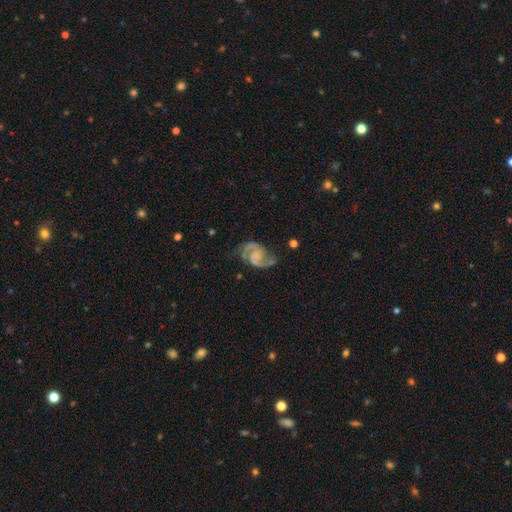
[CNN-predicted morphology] Overall: featured or disk (89%). Edge-on disk: no (98%). Bar: no (58%; weak 34%). Spiral arms: yes (97%). Spiral arm count: 2 (92%). Spiral winding: medium (55%; loose 25%). Bulge size: none (53%; small 29%). Merging: none (71%).